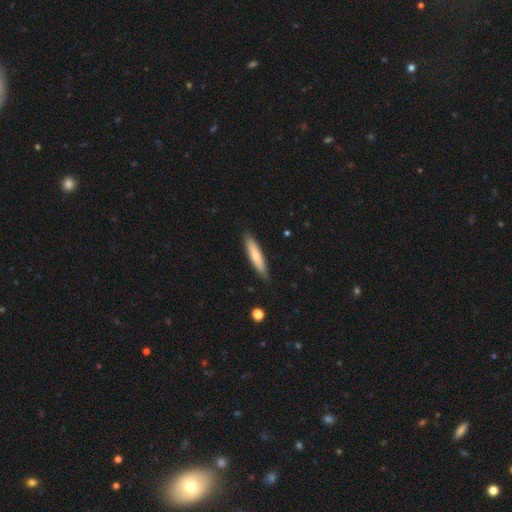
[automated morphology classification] This is likely a smooth galaxy (70%). How rounded: clearly cigar-shaped (84%). Merging: clearly none (86%).